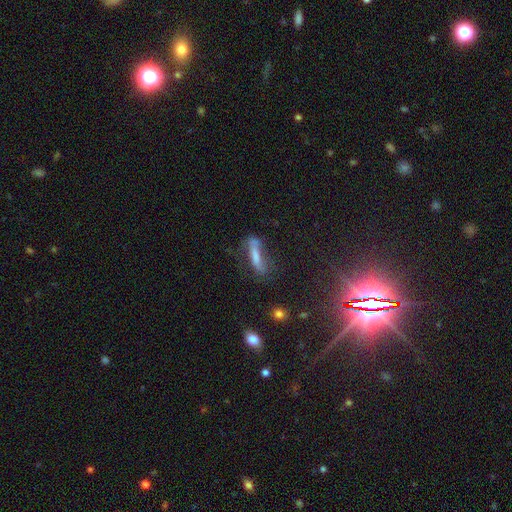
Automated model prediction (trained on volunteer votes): Smooth or featured?
  - smooth: 45% *
  - featured or disk: 37%
  - star or artifact: 18%
Merging?
  - none: 46% *
  - minor disturbance: 24%
  - major disturbance: 19%
  - merger: 11%